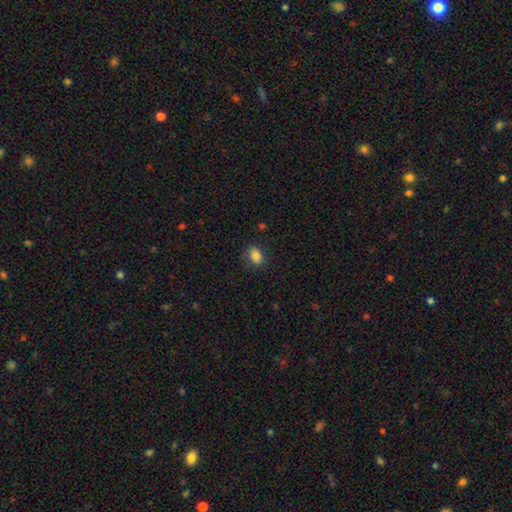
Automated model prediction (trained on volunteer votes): smooth 85%, star or artifact 9%, featured or disk 6%. Down the decision tree: how rounded — in between (75%); merging — none (79%).